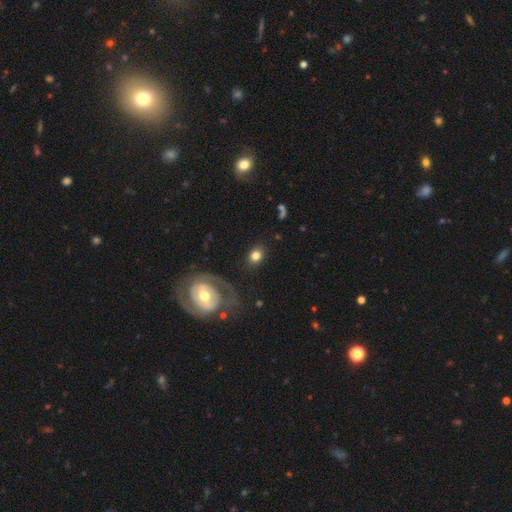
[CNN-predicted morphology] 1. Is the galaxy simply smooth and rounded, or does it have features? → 75% smooth, 16% featured or disk, 8% star or artifact.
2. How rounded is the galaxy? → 58% in between, 40% round, 2% cigar-shaped.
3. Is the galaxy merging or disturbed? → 81% none, 10% minor disturbance, 6% major disturbance, 3% merger.